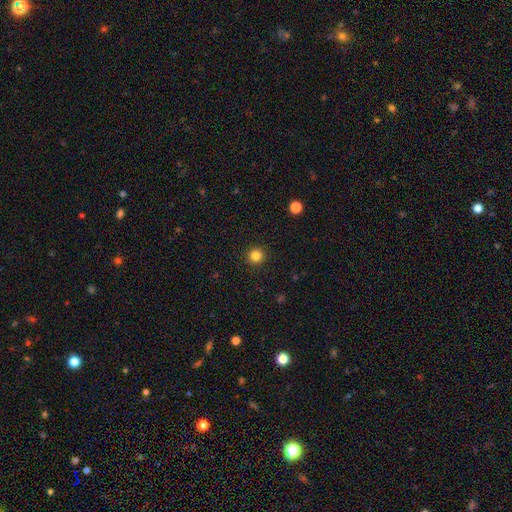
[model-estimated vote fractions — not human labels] The model was most divided on "smooth or featured": smooth: 83%, star or artifact: 13%, featured or disk: 4%. More confident: how rounded — round (95%); merging — none (93%).